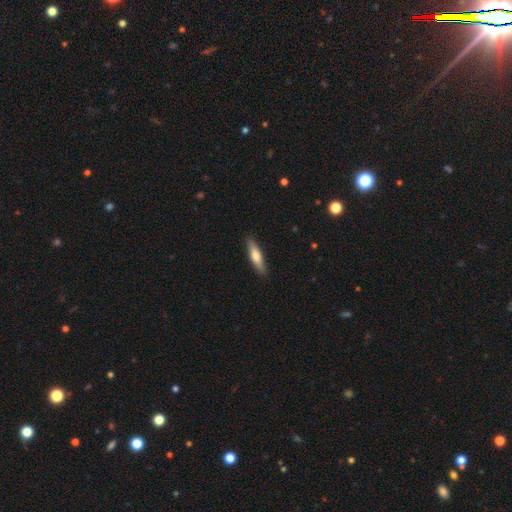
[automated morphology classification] smooth-or-featured: smooth: 65% | featured or disk: 30% | star or artifact: 5%
  how-rounded: cigar-shaped: 76% | in between: 23% | round: 2%
  merging: none: 88% | minor disturbance: 9% | major disturbance: 2% | merger: 1%